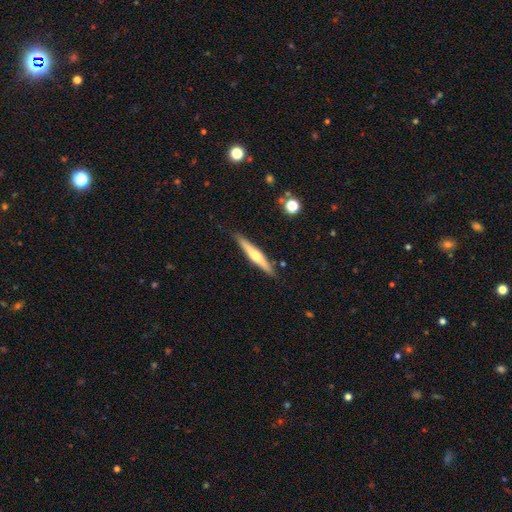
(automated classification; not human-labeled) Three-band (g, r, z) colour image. It shows a featured or disk galaxy (58%) viewed edge-on (96%) with a rounded central bulge (87%). Merging: none (87%).